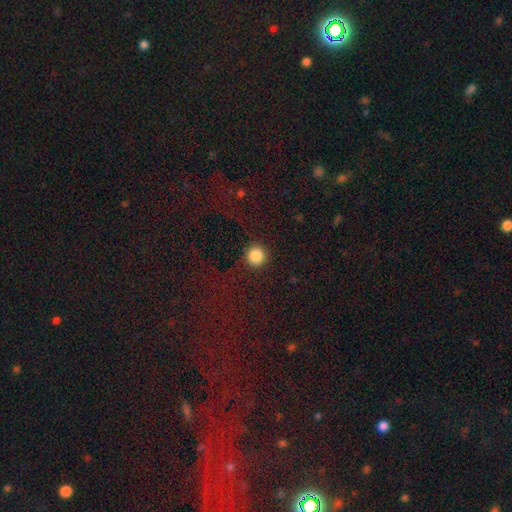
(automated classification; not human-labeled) smooth_or_featured: smooth (p=0.85) [alt: star or artifact p=0.10]
how_rounded: round (p=0.95) [alt: in between p=0.04]
merging: none (p=0.90) [alt: minor disturbance p=0.06]